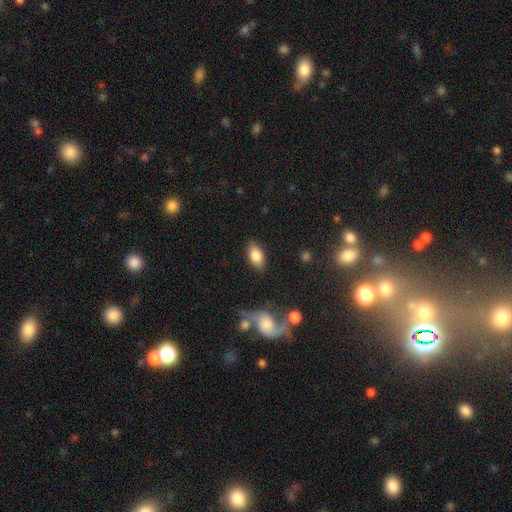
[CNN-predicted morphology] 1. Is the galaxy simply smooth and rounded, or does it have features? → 79% smooth, 14% featured or disk, 7% star or artifact.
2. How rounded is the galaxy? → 90% in between, 5% round, 5% cigar-shaped.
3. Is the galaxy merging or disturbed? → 82% none, 12% minor disturbance, 3% major disturbance, 2% merger.